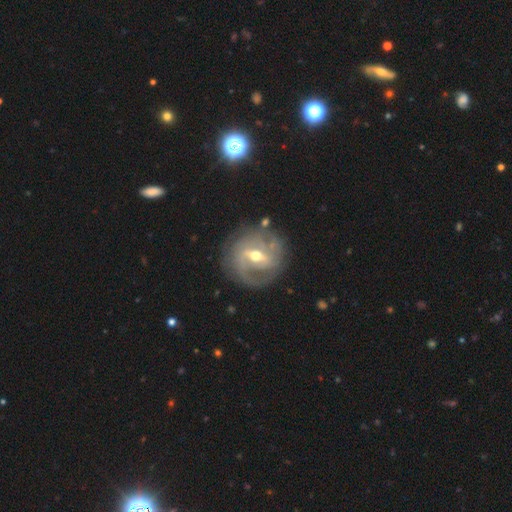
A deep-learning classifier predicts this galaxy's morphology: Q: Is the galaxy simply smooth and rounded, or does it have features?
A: featured or disk — 83%.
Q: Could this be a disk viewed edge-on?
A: no — 96%.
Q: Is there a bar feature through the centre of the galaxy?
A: weak — 45%.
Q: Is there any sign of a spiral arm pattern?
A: yes — 85%.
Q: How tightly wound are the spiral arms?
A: tight — 51%.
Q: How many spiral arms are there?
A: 2 — 49%.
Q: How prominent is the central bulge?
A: moderate — 68%.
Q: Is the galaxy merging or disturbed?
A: none — 75%.